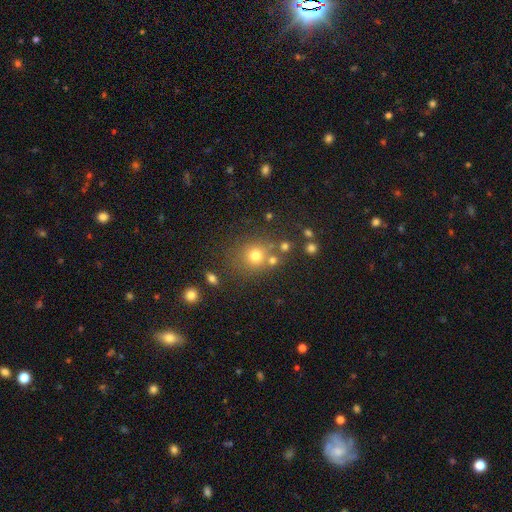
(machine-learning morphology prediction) smooth 72%, star or artifact 17%, featured or disk 10%. Down the decision tree: how rounded — round (86%); merging — none (70%).